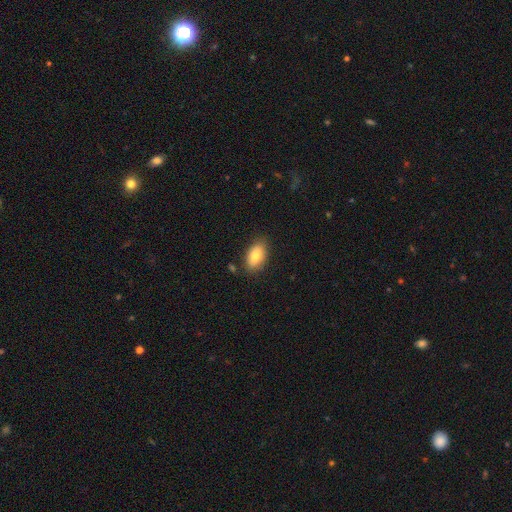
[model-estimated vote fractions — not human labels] A smooth galaxy with no disk features (82%) that is in between round and cigar-shaped (92%).

Vote fractions:
- Smooth or featured? smooth: 82% / featured or disk: 11% / star or artifact: 7%
- How rounded? in between: 92% / round: 6% / cigar-shaped: 2%
- Merging? none: 83% / minor disturbance: 12% / major disturbance: 3% / merger: 2%